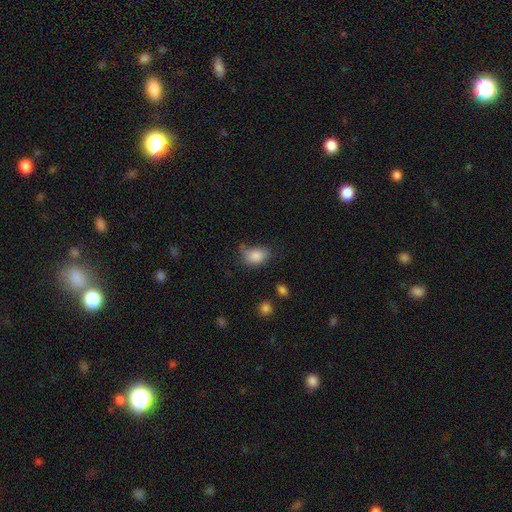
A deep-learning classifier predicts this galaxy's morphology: This is clearly a smooth galaxy (83%). How rounded: likely in between (79%). Merging: marginally none (42%).